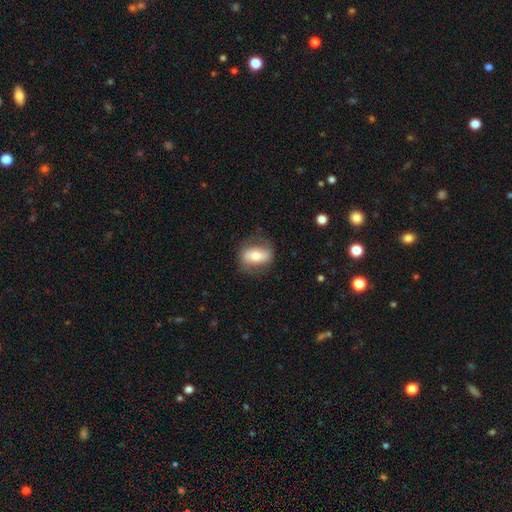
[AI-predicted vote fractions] smooth-or-featured: smooth: 56% | featured or disk: 38% | star or artifact: 7%
  how-rounded: in between: 79% | round: 16% | cigar-shaped: 5%
  merging: none: 74% | minor disturbance: 17% | major disturbance: 7% | merger: 1%